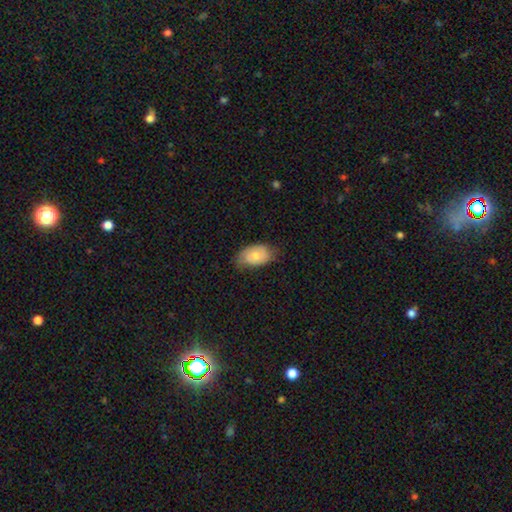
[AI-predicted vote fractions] Smooth or featured?
  - smooth: 74% *
  - featured or disk: 20%
  - star or artifact: 6%
How rounded?
  - in between: 92% *
  - round: 7%
  - cigar-shaped: 1%
Merging?
  - none: 67% *
  - minor disturbance: 27%
  - major disturbance: 5%
  - merger: 1%